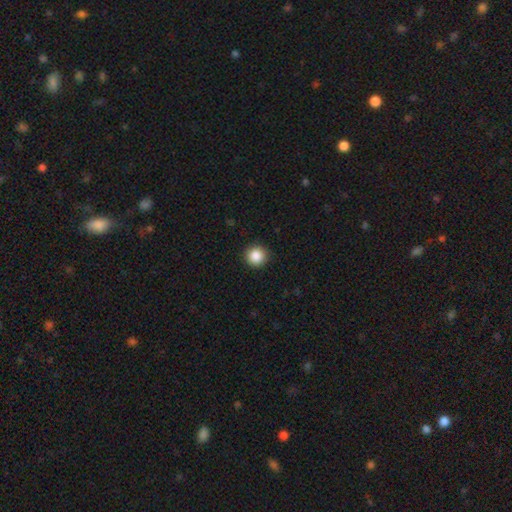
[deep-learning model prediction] This appears to be a smooth galaxy with no disk features (87%) that is round (95%). Merging: none (92%).